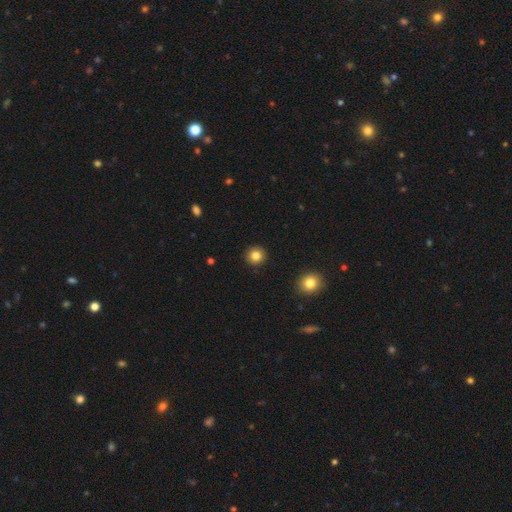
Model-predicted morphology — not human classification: Smooth or featured? Predicted: smooth (p=0.83). How rounded? Predicted: round (p=0.93). Merging? Predicted: none (p=0.93).